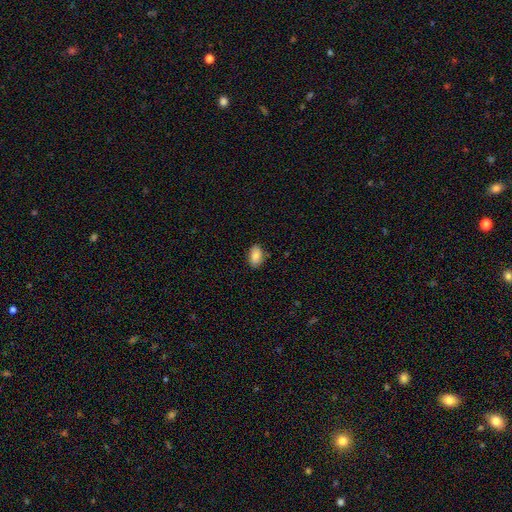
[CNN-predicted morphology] This is clearly a smooth galaxy (84%). How rounded: clearly in between (90%). Merging: clearly none (82%).